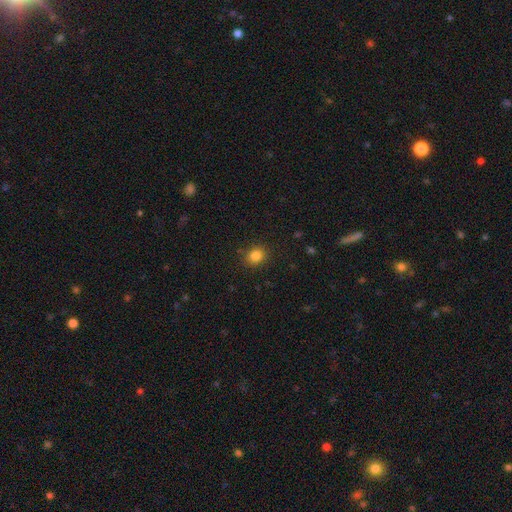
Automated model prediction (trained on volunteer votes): Q: Smooth or featured?
A: smooth (83%); runner-up: star or artifact (12%)
Q: How rounded?
A: round (67%); runner-up: in between (32%)
Q: Merging?
A: none (88%); runner-up: minor disturbance (8%)